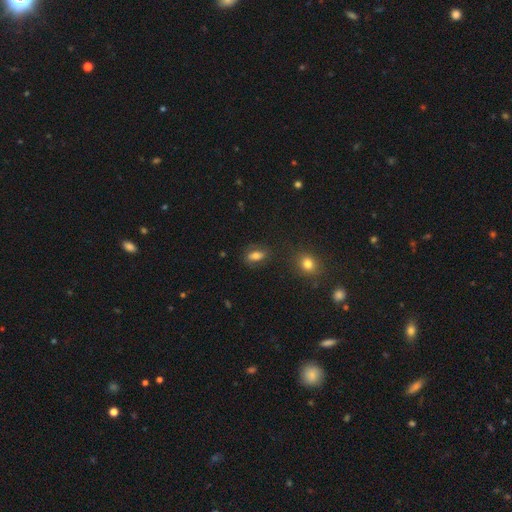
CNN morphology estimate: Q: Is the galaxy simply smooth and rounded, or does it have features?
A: smooth — 75%.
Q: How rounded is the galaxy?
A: in between — 83%.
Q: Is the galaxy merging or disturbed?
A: none — 77%.